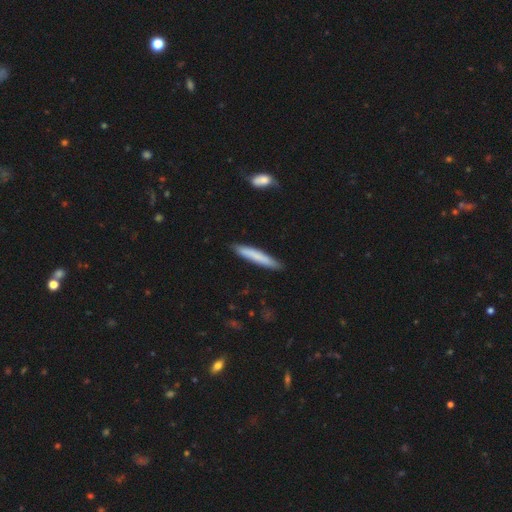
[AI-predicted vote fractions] Morphology: type=smooth (76%); roundness=cigar-shaped (94%); merging=none (87%).